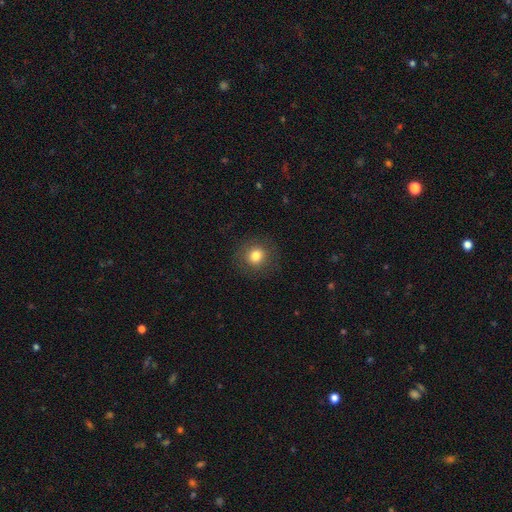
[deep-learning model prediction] Q: Smooth or featured?
A: smooth (80%); runner-up: star or artifact (11%)
Q: How rounded?
A: round (88%); runner-up: in between (11%)
Q: Merging?
A: none (87%); runner-up: minor disturbance (8%)